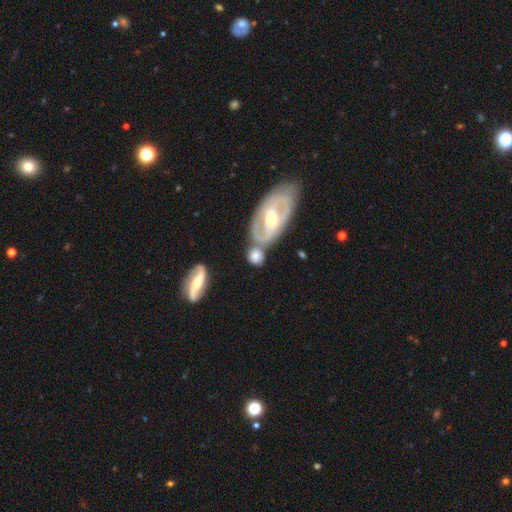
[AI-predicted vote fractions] smooth 59%, featured or disk 35%, star or artifact 6%. Down the decision tree: how rounded — round (61%); merging — none (47%).